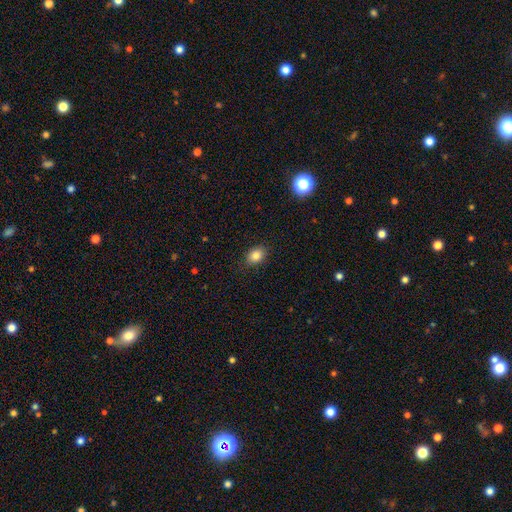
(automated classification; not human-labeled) Q: Smooth or featured?
A: smooth (84%); runner-up: star or artifact (10%)
Q: How rounded?
A: in between (65%); runner-up: round (34%)
Q: Merging?
A: none (87%); runner-up: minor disturbance (10%)